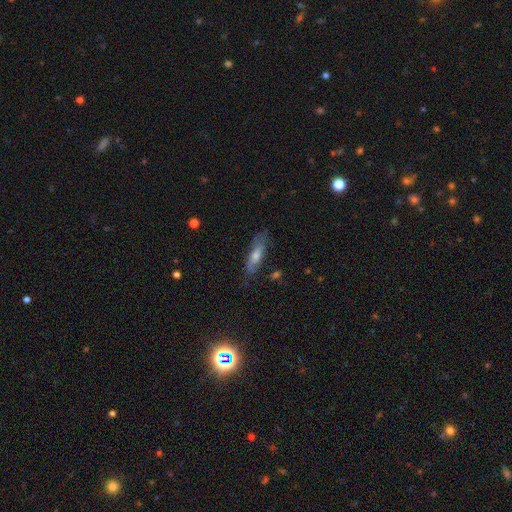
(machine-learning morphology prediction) type=featured or disk (46%); merging=none (75%).